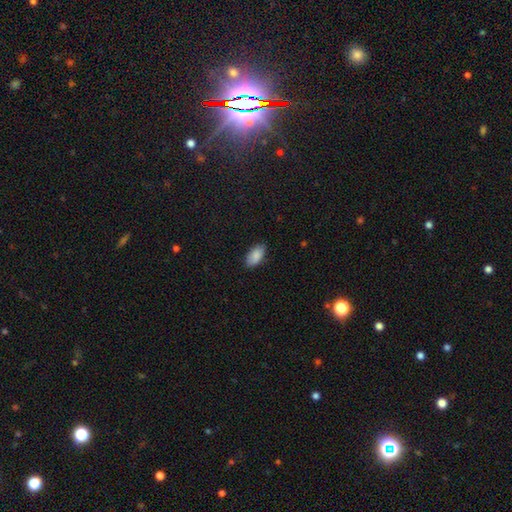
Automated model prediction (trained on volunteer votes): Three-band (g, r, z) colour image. It shows a smooth galaxy with no disk features (88%) that is in between round and cigar-shaped (94%). Merging: none (83%).